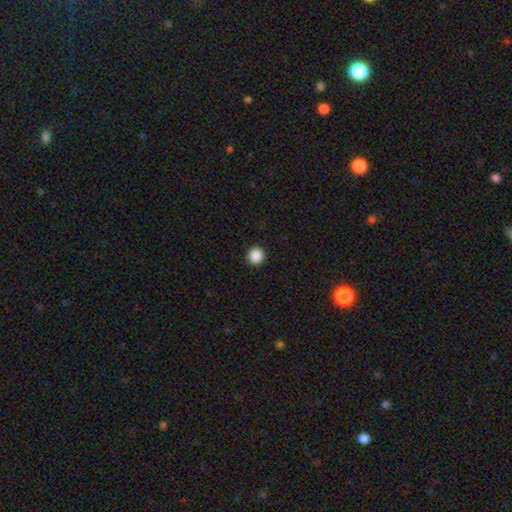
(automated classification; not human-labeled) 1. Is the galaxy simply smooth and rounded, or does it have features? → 88% smooth, 9% star or artifact, 2% featured or disk.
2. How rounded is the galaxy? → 95% round, 4% in between, 1% cigar-shaped.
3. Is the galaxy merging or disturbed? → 93% none, 4% minor disturbance, 1% major disturbance, 1% merger.